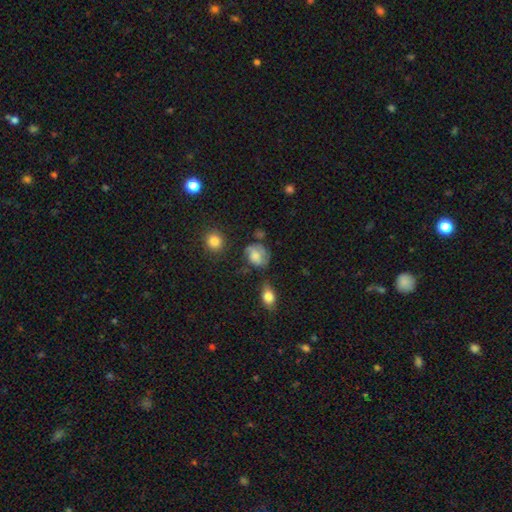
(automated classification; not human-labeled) This appears to be a smooth galaxy with no disk features (55%) that is in between round and cigar-shaped (51%). Merging: none (48%).